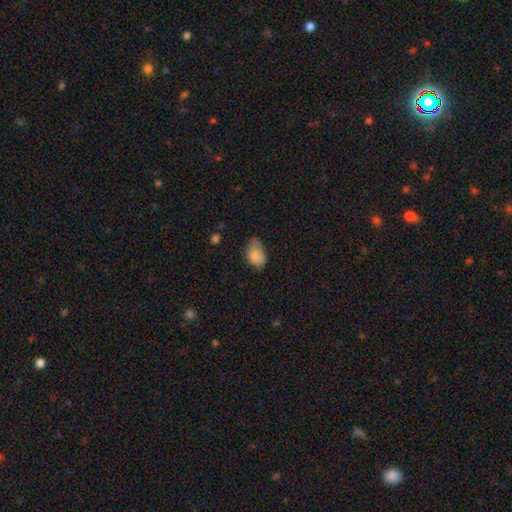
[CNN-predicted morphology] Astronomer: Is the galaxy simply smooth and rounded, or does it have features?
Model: smooth — 83%.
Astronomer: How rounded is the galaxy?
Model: in between — 81%.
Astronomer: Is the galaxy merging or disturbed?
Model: none — 45% (runner-up: minor disturbance, 39%).